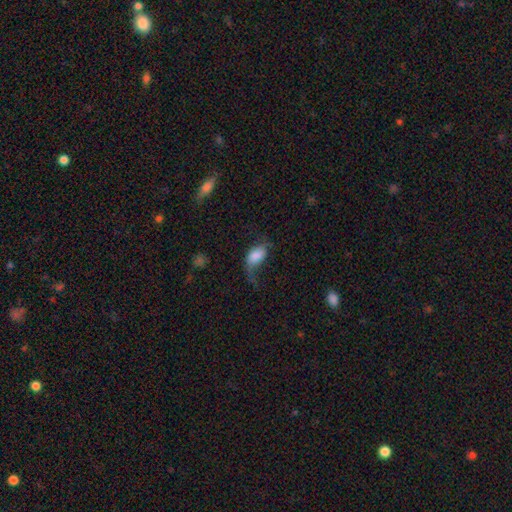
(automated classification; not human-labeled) A smooth galaxy with no disk features (62%) that is in between round and cigar-shaped (91%). Merging: major disturbance (43%).